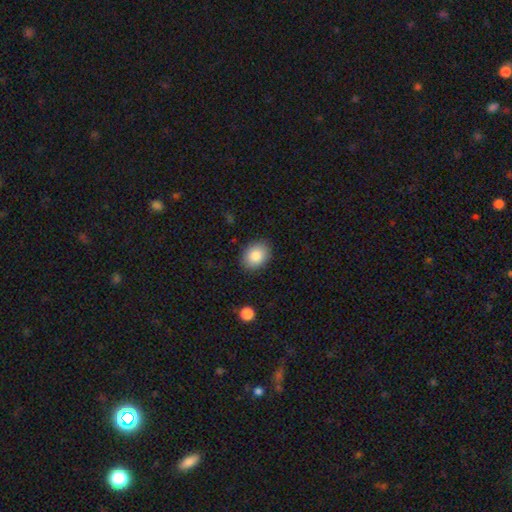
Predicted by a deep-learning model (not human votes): A smooth galaxy with no disk features (84%) that is in between round and cigar-shaped (64%).

Vote fractions:
- Smooth or featured? smooth: 84% / star or artifact: 8% / featured or disk: 8%
- How rounded? in between: 64% / round: 35% / cigar-shaped: 1%
- Merging? none: 88% / minor disturbance: 9% / major disturbance: 2% / merger: 1%